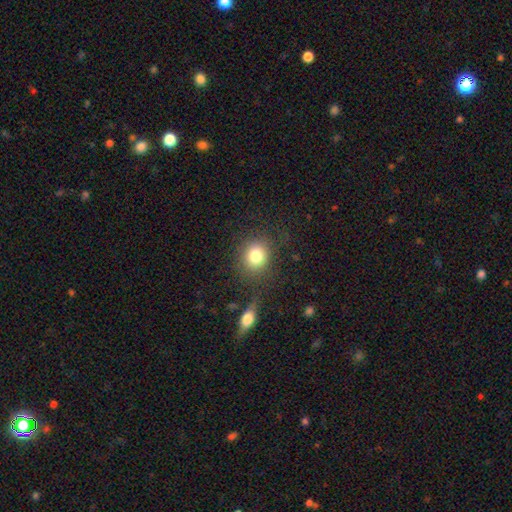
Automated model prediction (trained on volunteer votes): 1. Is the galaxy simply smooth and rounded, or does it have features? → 81% smooth, 10% star or artifact, 8% featured or disk.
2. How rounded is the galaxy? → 76% round, 23% in between, 1% cigar-shaped.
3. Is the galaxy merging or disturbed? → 79% none, 11% minor disturbance, 5% merger, 5% major disturbance.